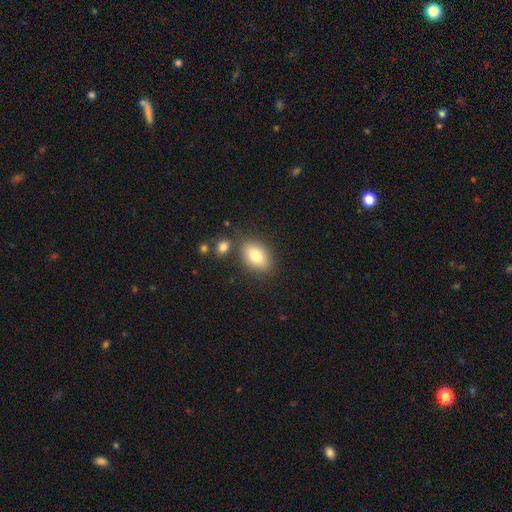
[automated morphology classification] smooth 79%, featured or disk 13%, star or artifact 8%. Down the decision tree: how rounded — in between (86%); merging — none (75%).